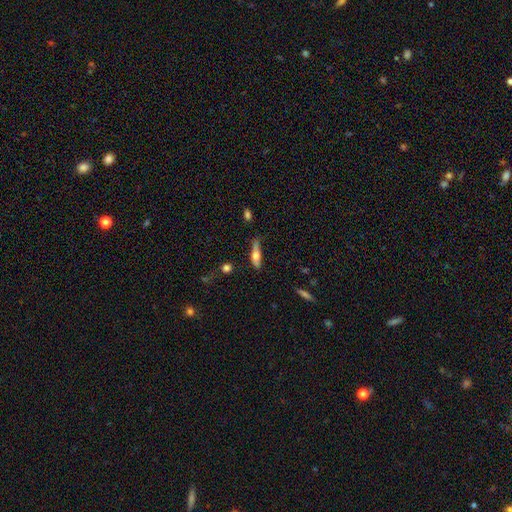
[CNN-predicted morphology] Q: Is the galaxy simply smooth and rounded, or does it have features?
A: smooth — 52%.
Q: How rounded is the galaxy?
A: cigar-shaped — 64%.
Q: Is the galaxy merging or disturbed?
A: none — 65%.